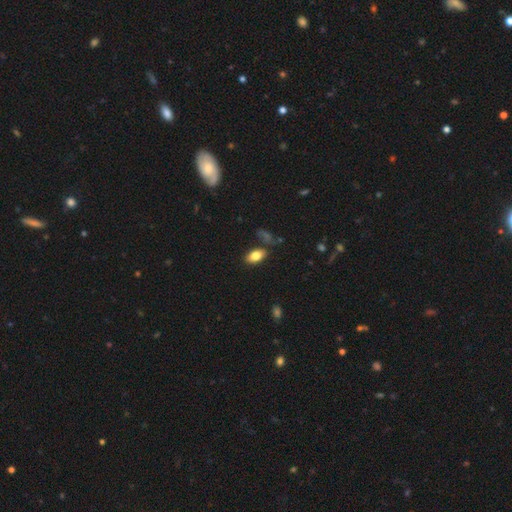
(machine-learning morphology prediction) Smooth or featured? smooth (81%)
How rounded? in between (91%)
Merging? none (78%)